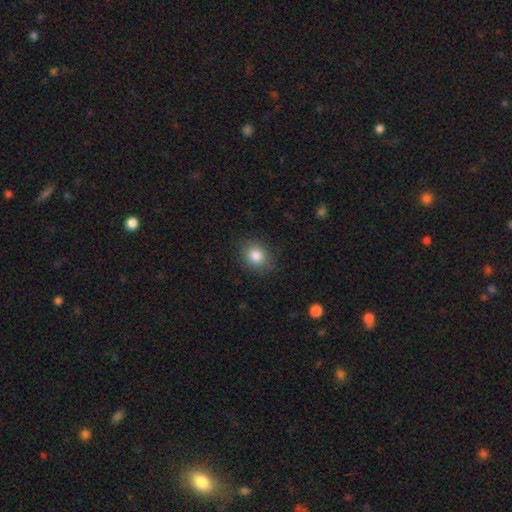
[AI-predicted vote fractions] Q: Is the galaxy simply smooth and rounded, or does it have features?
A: smooth — 84%.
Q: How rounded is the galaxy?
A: round — 55%.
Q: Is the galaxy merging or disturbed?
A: none — 84%.